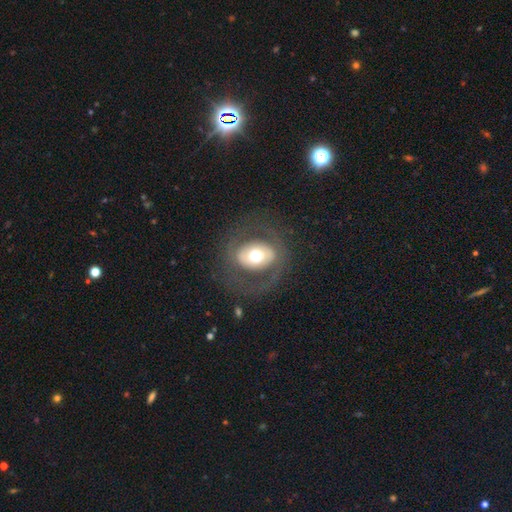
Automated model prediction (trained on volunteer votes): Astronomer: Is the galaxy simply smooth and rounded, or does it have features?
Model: featured or disk — 55% (runner-up: smooth, 37%).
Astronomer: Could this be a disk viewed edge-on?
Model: no — 95%.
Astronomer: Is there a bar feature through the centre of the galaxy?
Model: no — 66%.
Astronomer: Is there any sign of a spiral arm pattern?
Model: no — 67%.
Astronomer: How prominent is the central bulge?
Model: moderate — 59%.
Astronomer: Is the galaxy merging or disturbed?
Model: none — 74%.